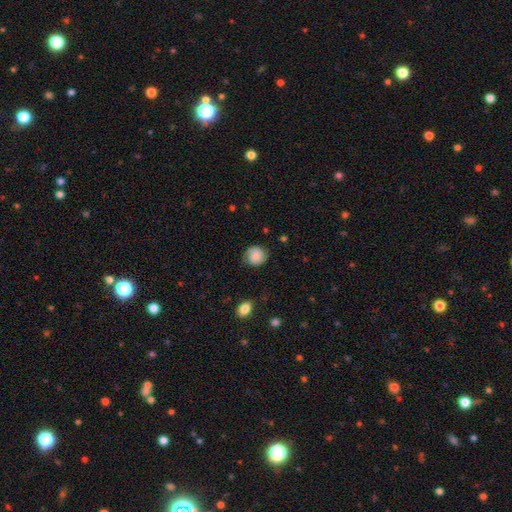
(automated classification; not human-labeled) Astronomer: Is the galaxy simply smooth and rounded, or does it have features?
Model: smooth — 68%.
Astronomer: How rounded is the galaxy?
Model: round — 79%.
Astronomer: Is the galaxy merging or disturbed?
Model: none — 69%.